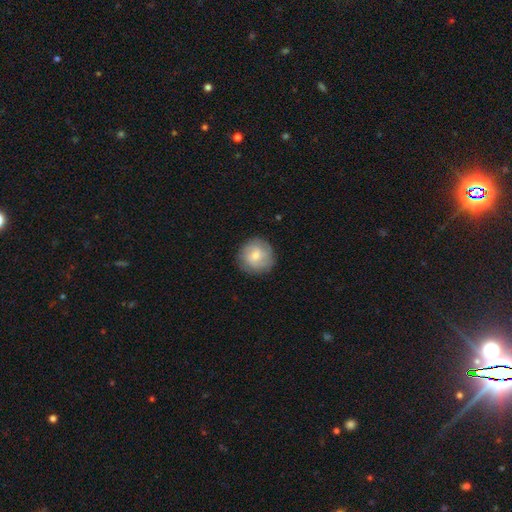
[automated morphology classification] A smooth galaxy with no disk features (64%) that is round (93%). Merging: none (85%).